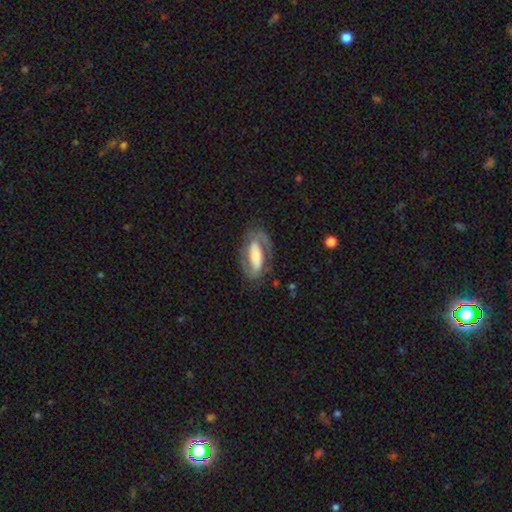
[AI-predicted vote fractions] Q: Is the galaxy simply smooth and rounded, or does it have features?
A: featured or disk — 74%.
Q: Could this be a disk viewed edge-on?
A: no — 92%.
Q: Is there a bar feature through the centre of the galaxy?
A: strong — 52%.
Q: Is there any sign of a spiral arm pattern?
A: yes — 83%.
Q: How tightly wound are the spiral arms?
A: medium — 46%.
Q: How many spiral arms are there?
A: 2 — 84%.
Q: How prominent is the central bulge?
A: moderate — 42%.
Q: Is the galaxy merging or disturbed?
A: none — 76%.